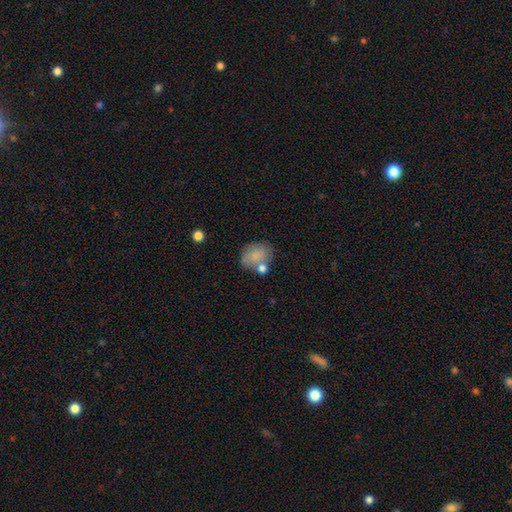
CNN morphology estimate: A smooth galaxy with no disk features (76%) that is in between round and cigar-shaped (54%).

Vote fractions:
- Smooth or featured? smooth: 76% / featured or disk: 15% / star or artifact: 9%
- How rounded? in between: 54% / round: 45% / cigar-shaped: 1%
- Merging? none: 52% / merger: 22% / minor disturbance: 19% / major disturbance: 7%